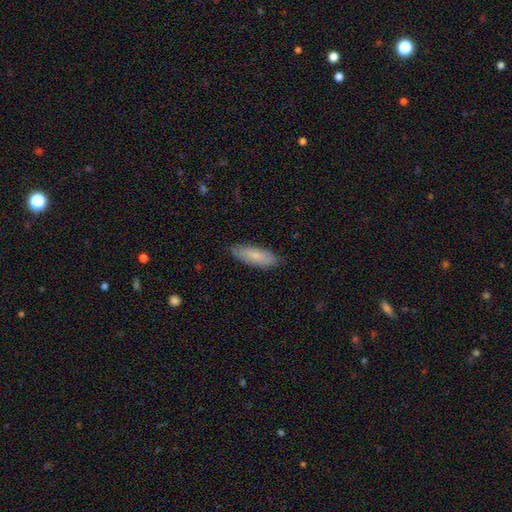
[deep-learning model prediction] smooth-or-featured: smooth: 76% | featured or disk: 18% | star or artifact: 6%
  how-rounded: in between: 61% | cigar-shaped: 37% | round: 2%
  merging: none: 86% | minor disturbance: 11% | major disturbance: 2% | merger: 1%